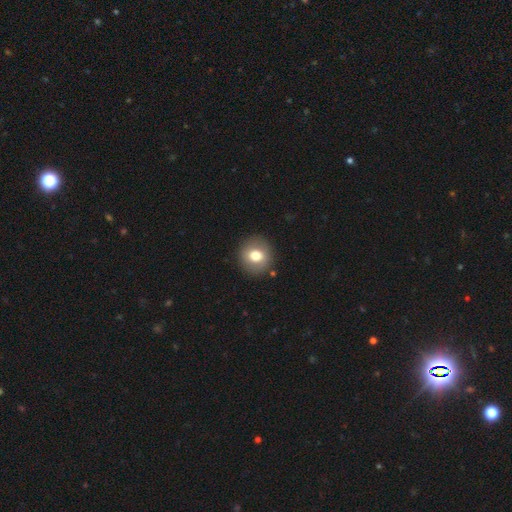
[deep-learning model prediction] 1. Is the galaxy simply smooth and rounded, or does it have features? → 74% smooth, 17% featured or disk, 9% star or artifact.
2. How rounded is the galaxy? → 90% round, 9% in between, 1% cigar-shaped.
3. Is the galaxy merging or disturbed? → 89% none, 7% minor disturbance, 2% major disturbance, 2% merger.